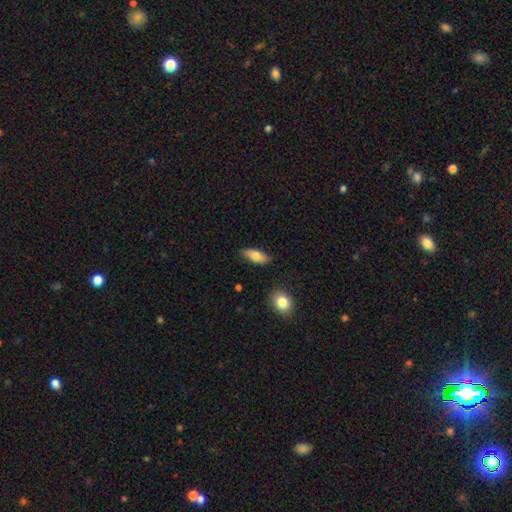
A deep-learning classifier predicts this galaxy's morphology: smooth-or-featured: smooth: 76% | featured or disk: 17% | star or artifact: 7%
  how-rounded: in between: 82% | cigar-shaped: 15% | round: 3%
  merging: none: 82% | minor disturbance: 14% | major disturbance: 2% | merger: 2%